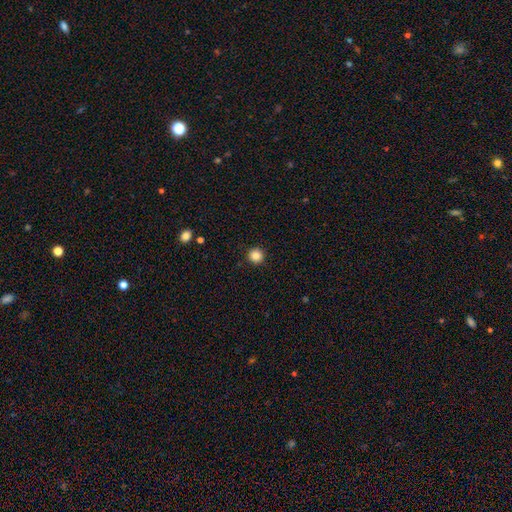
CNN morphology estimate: A smooth galaxy with no disk features (85%) that is round (96%).

Vote fractions:
- Smooth or featured? smooth: 85% / star or artifact: 11% / featured or disk: 4%
- How rounded? round: 96% / in between: 3% / cigar-shaped: 1%
- Merging? none: 93% / minor disturbance: 5% / major disturbance: 2% / merger: 1%